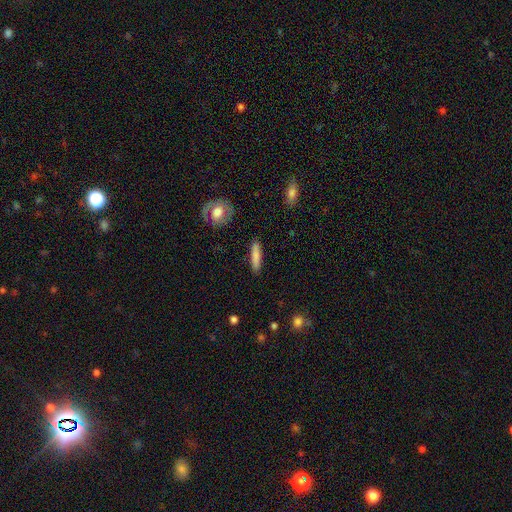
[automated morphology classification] smooth-or-featured: smooth: 81% | featured or disk: 13% | star or artifact: 6%
  how-rounded: cigar-shaped: 85% | in between: 13% | round: 2%
  merging: none: 90% | minor disturbance: 7% | major disturbance: 2% | merger: 2%